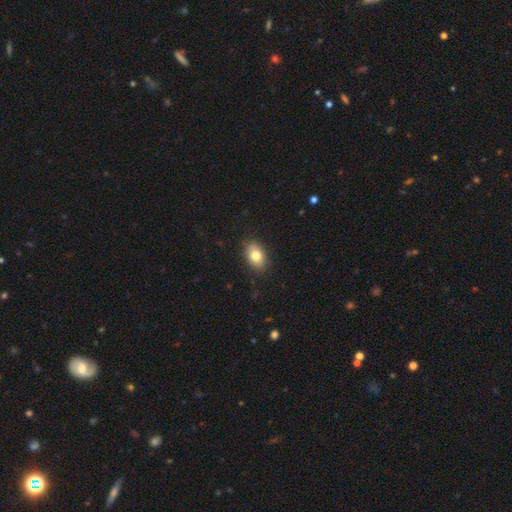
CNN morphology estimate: Q: Smooth or featured?
A: smooth (81%); runner-up: featured or disk (11%)
Q: How rounded?
A: in between (87%); runner-up: round (12%)
Q: Merging?
A: none (87%); runner-up: minor disturbance (9%)